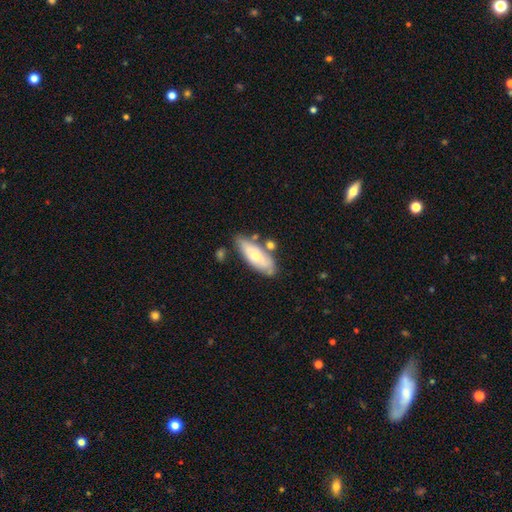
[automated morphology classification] Overall: smooth (60%; featured or disk 34%). How rounded: in between (69%). Merging: none (62%).